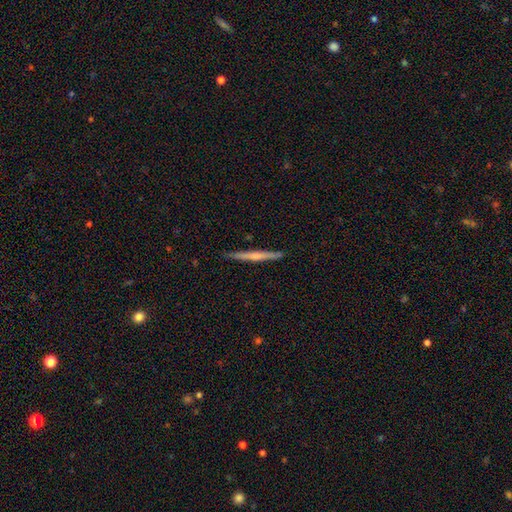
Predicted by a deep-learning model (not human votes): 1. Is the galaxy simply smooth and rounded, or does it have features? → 53% featured or disk, 41% smooth, 6% star or artifact.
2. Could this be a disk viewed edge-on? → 98% yes, 2% no.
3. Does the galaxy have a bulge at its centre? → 52% none, 39% rounded, 9% boxy.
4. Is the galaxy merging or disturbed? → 90% none, 8% minor disturbance, 1% major disturbance, 1% merger.